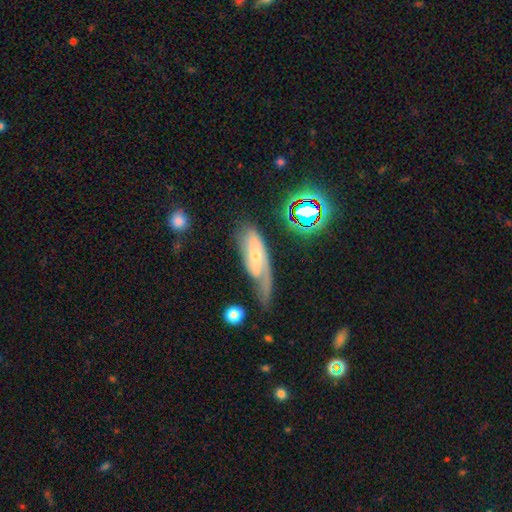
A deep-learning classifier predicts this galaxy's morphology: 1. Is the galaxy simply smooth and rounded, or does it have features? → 66% featured or disk, 24% smooth, 9% star or artifact.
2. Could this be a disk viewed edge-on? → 85% no, 15% yes.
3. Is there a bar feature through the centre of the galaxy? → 59% no, 30% weak, 11% strong.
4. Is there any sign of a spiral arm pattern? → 87% yes, 13% no.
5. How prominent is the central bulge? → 62% small, 31% moderate, 3% none, 2% large, 1% dominant.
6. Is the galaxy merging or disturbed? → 37% none, 30% minor disturbance, 28% major disturbance, 5% merger.